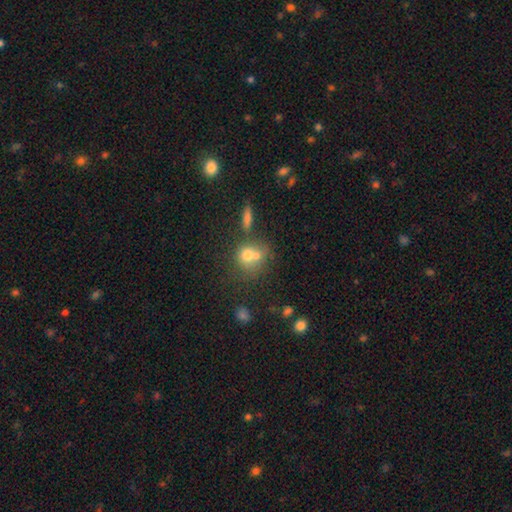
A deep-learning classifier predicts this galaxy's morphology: type=smooth (69%); roundness=round (71%); merging=merger (57%).